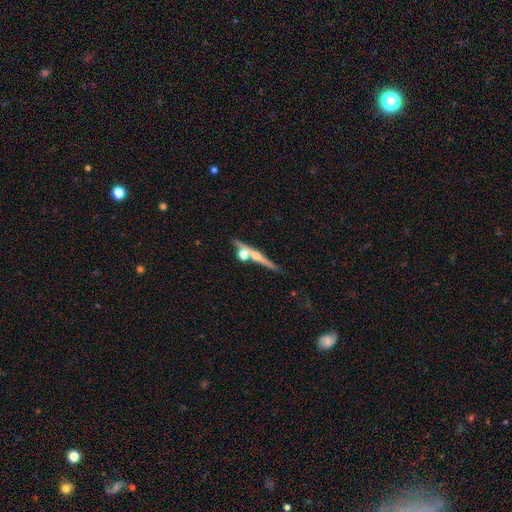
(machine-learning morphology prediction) Smooth or featured? featured or disk (66%)
Edge-on disk? yes (94%)
Edge-on bulge? rounded (89%)
Merging? none (65%)